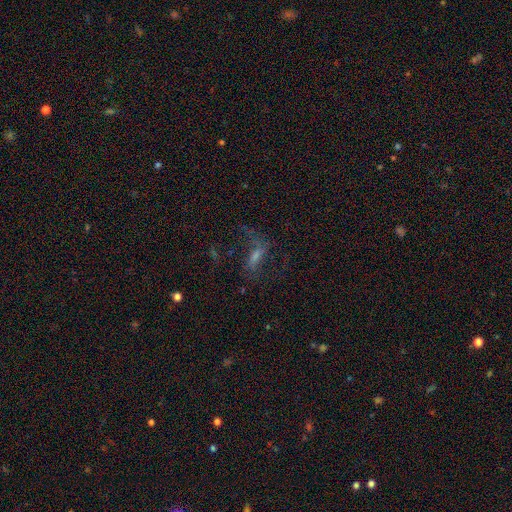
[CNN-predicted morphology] Smooth or featured? Predicted: featured or disk (p=0.51). Edge-on disk? Predicted: no (p=0.83). Merging? Predicted: none (p=0.51).